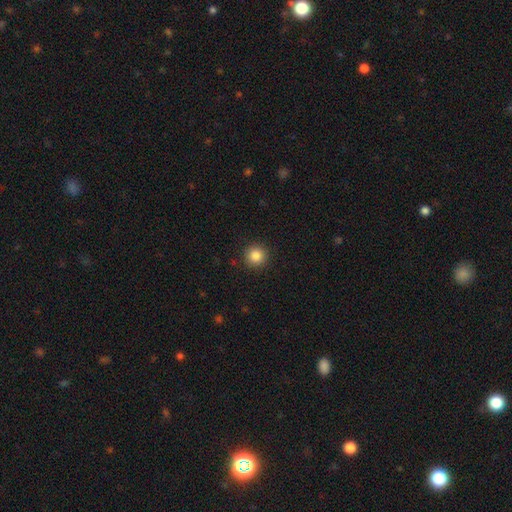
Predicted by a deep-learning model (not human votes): Morphology: type=smooth (86%); roundness=round (95%); merging=none (92%).